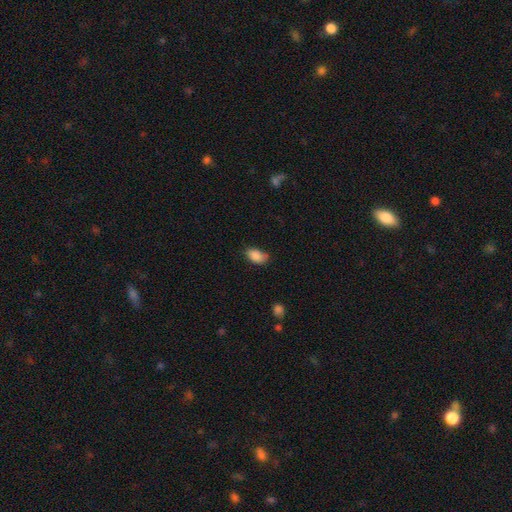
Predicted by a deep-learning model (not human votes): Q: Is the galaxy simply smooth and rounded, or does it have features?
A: smooth — 85%.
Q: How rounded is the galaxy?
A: in between — 91%.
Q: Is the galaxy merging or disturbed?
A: none — 69%.